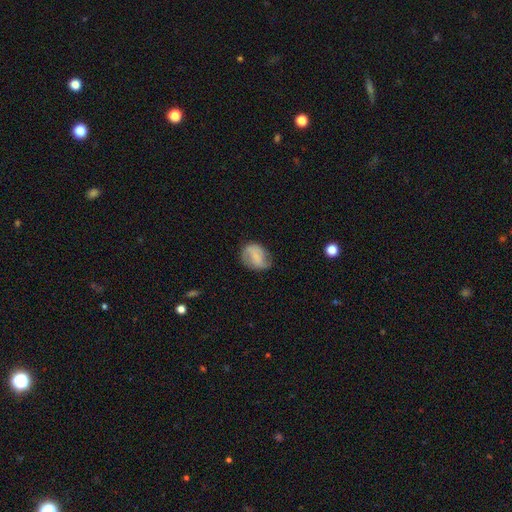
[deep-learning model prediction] A smooth galaxy with no disk features (48%).

Vote fractions:
- Smooth or featured? smooth: 48% / featured or disk: 44% / star or artifact: 8%
- Merging? none: 64% / minor disturbance: 25% / major disturbance: 9% / merger: 2%